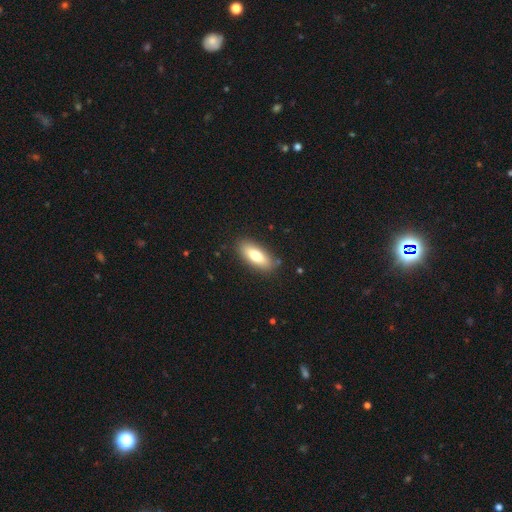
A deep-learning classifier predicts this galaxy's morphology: smooth 74%, featured or disk 19%, star or artifact 7%. Down the decision tree: how rounded — in between (76%); merging — none (84%).